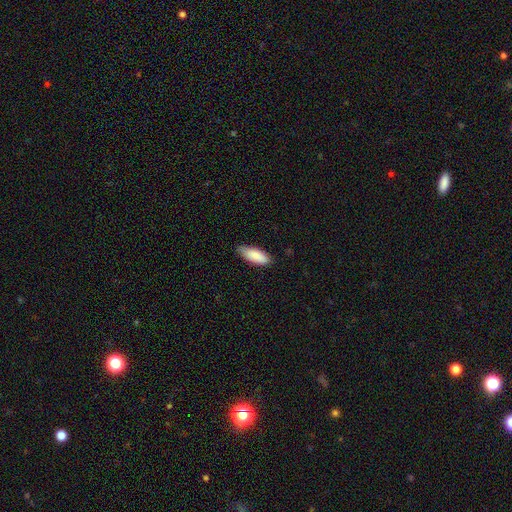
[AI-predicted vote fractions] A smooth galaxy with no disk features (87%) that is in between round and cigar-shaped (74%). Merging: none (77%).